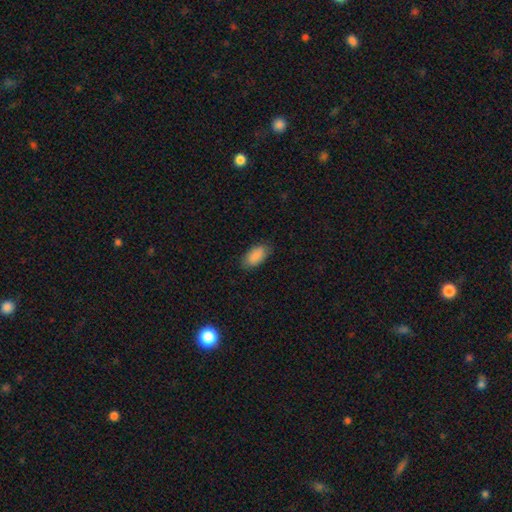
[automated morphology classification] Overall: smooth (90%). How rounded: in between (93%). Merging: none (83%).